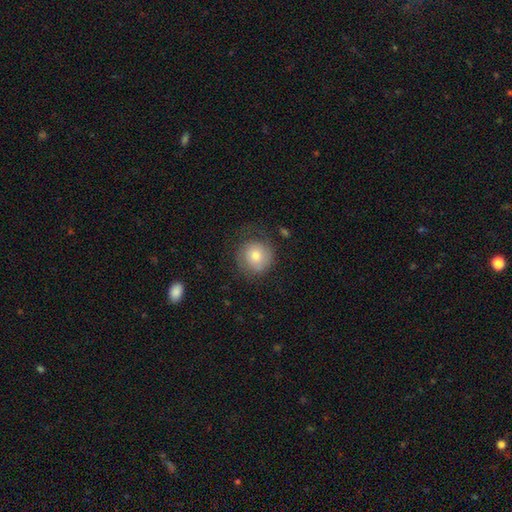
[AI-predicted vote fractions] A smooth galaxy with no disk features (61%) that is round (88%).

Vote fractions:
- Smooth or featured? smooth: 61% / featured or disk: 30% / star or artifact: 8%
- How rounded? round: 88% / in between: 11% / cigar-shaped: 1%
- Merging? none: 64% / minor disturbance: 20% / major disturbance: 14% / merger: 2%